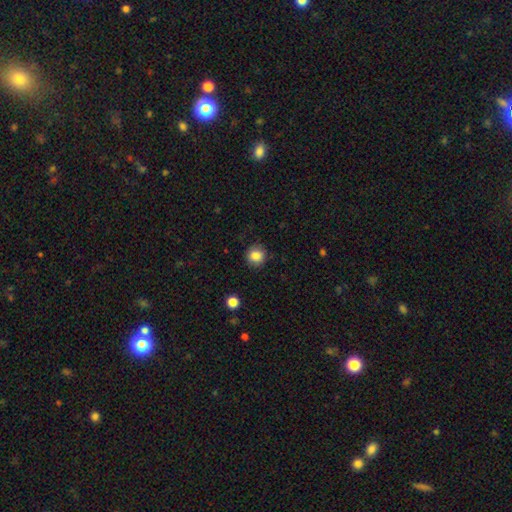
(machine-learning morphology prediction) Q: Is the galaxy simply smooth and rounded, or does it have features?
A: smooth — 85%.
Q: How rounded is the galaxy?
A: round — 90%.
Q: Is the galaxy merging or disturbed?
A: none — 87%.